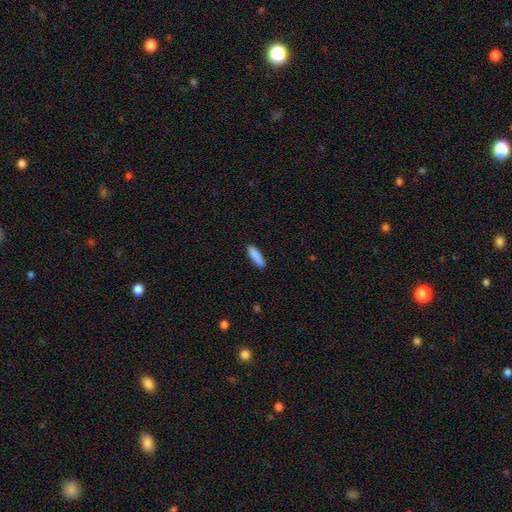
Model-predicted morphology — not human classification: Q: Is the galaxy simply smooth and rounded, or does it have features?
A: smooth — 89%.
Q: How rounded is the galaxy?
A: cigar-shaped — 56%.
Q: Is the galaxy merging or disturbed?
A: none — 88%.